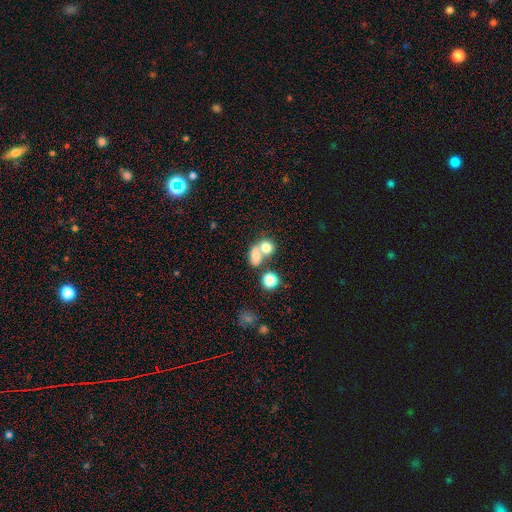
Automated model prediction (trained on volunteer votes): smooth-or-featured: smooth: 71% | featured or disk: 15% | star or artifact: 14%
  how-rounded: in between: 50% | round: 48% | cigar-shaped: 2%
  merging: merger: 58% | none: 27% | minor disturbance: 8% | major disturbance: 6%